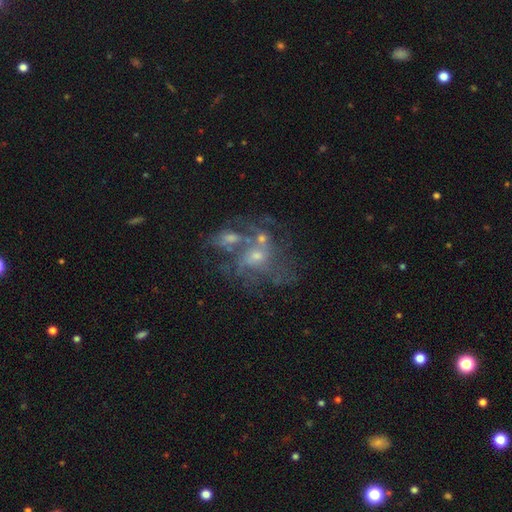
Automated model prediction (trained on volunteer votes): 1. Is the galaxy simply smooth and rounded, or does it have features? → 59% featured or disk, 22% star or artifact, 19% smooth.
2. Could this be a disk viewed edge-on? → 96% no, 4% yes.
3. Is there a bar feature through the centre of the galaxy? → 64% no, 28% weak, 8% strong.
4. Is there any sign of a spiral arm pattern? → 58% yes, 42% no.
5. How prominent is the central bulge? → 52% small, 33% moderate, 10% none, 3% large, 2% dominant.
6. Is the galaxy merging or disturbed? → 38% none, 37% merger, 13% major disturbance, 12% minor disturbance.